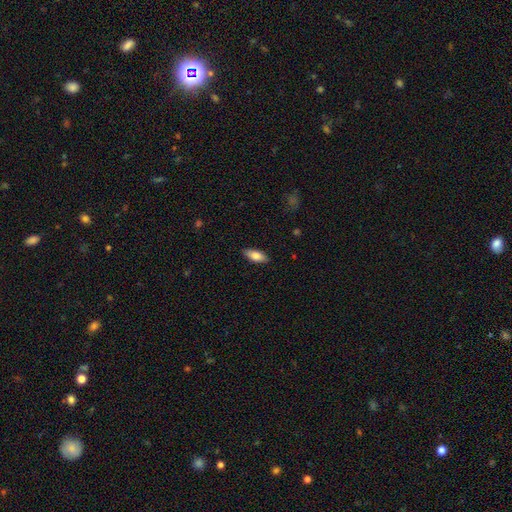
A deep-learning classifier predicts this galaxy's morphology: Smooth or featured?
  - smooth: 80% *
  - featured or disk: 13%
  - star or artifact: 6%
How rounded?
  - in between: 80% *
  - cigar-shaped: 18%
  - round: 2%
Merging?
  - none: 87% *
  - minor disturbance: 10%
  - major disturbance: 2%
  - merger: 1%